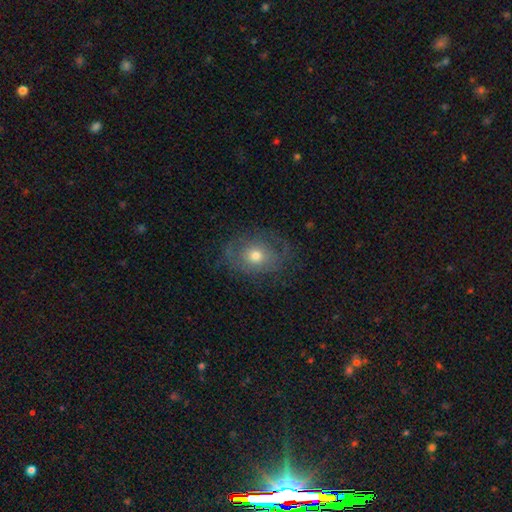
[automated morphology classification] Overall: smooth (51%; featured or disk 39%). How rounded: in between (51%; round 48%). Merging: none (64%).